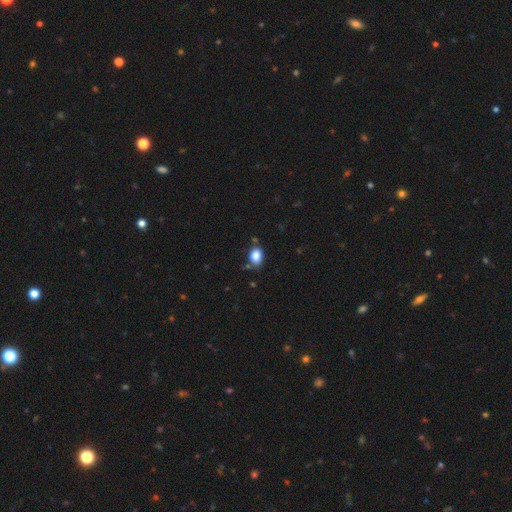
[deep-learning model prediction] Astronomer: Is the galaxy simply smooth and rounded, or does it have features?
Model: smooth — 84%.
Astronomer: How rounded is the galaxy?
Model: in between — 66%.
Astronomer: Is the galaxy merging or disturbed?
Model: none — 78%.